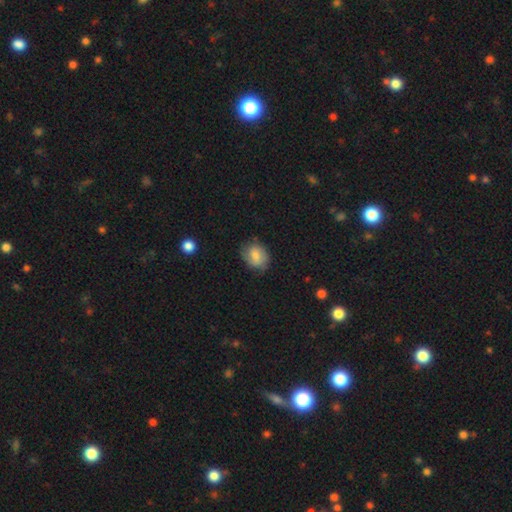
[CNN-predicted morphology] Smooth or featured: smooth — 70% (featured or disk — 23%)
How rounded: in between — 50% (round — 49%)
Merging: none — 72% (minor disturbance — 21%)